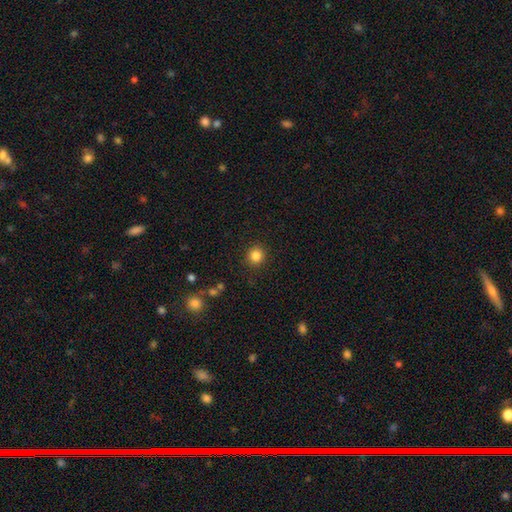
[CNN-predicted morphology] Q: Smooth or featured?
A: smooth (85%); runner-up: star or artifact (11%)
Q: How rounded?
A: round (92%); runner-up: in between (7%)
Q: Merging?
A: none (90%); runner-up: minor disturbance (6%)